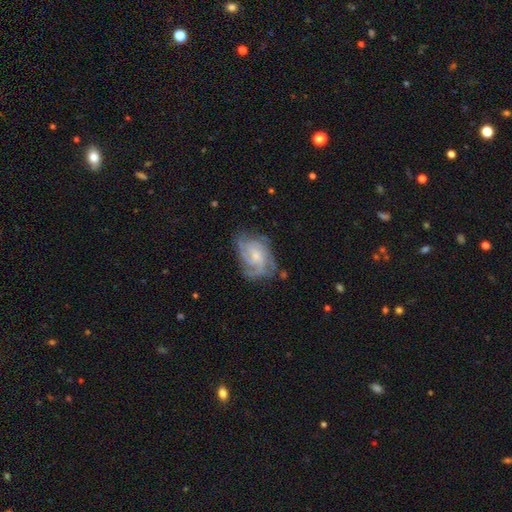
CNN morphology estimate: The model was most divided on "spiral arm count": 3: 33%, 4: 24%, can't tell: 19%, 2: 12%, more than 4: 6%, 1: 5%. More confident: edge-on disk — no (98%); spiral arms — yes (97%); smooth or featured — featured or disk (86%); merging — none (68%); bulge size — small (63%); bar — no (62%); spiral winding — tight (56%).